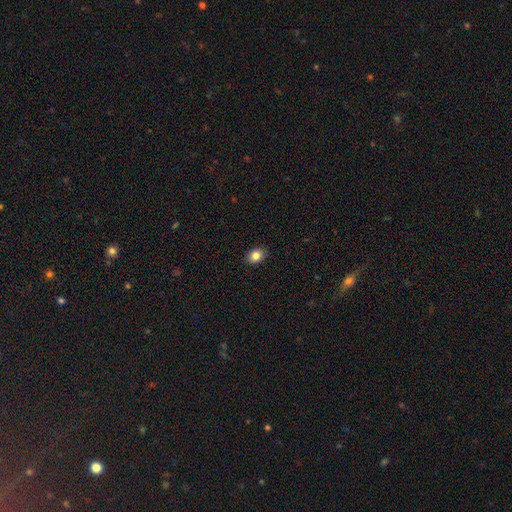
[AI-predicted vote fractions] smooth-or-featured: smooth: 84% | star or artifact: 9% | featured or disk: 6%
  how-rounded: in between: 59% | round: 40% | cigar-shaped: 1%
  merging: none: 90% | minor disturbance: 8% | major disturbance: 2% | merger: 1%